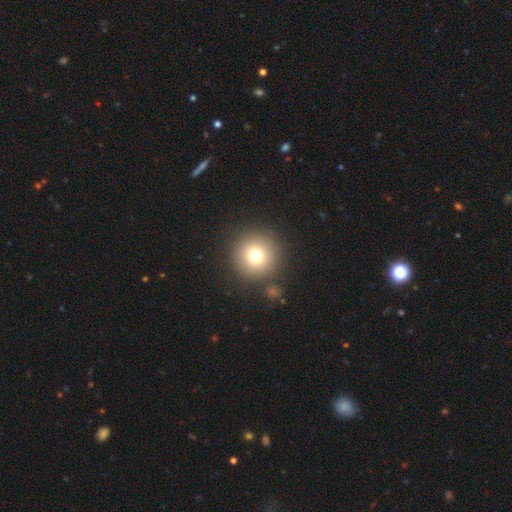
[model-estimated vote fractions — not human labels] smooth_or_featured: smooth (p=0.75) [alt: star or artifact p=0.14]
how_rounded: round (p=0.96) [alt: in between p=0.03]
merging: none (p=0.86) [alt: minor disturbance p=0.06]